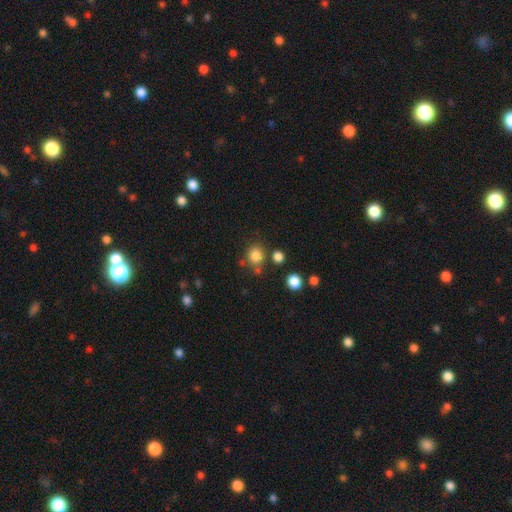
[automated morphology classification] A smooth galaxy with no disk features (82%) that is round (86%).

Vote fractions:
- Smooth or featured? smooth: 82% / star or artifact: 13% / featured or disk: 5%
- How rounded? round: 86% / in between: 13% / cigar-shaped: 1%
- Merging? none: 76% / minor disturbance: 10% / merger: 10% / major disturbance: 4%